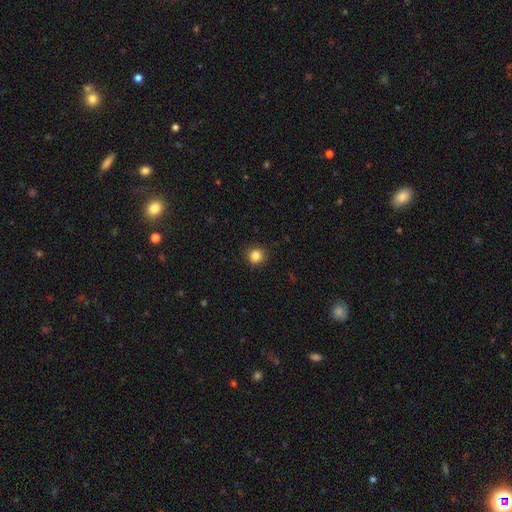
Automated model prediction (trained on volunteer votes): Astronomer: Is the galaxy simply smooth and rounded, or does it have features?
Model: smooth — 84%.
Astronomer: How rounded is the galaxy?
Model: round — 91%.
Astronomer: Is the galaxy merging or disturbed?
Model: none — 92%.